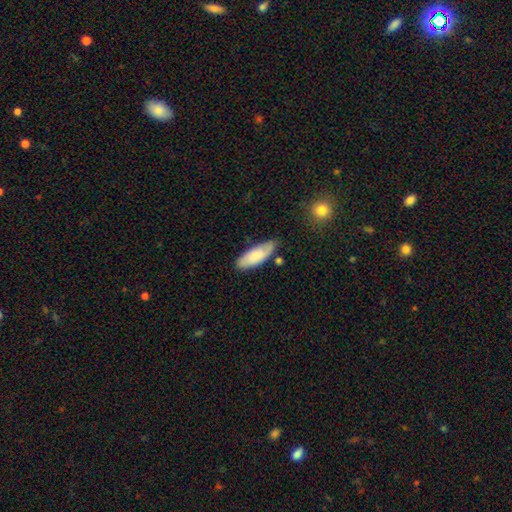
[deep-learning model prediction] A smooth galaxy with no disk features (80%) that is in between round and cigar-shaped (69%). Merging: none (72%).